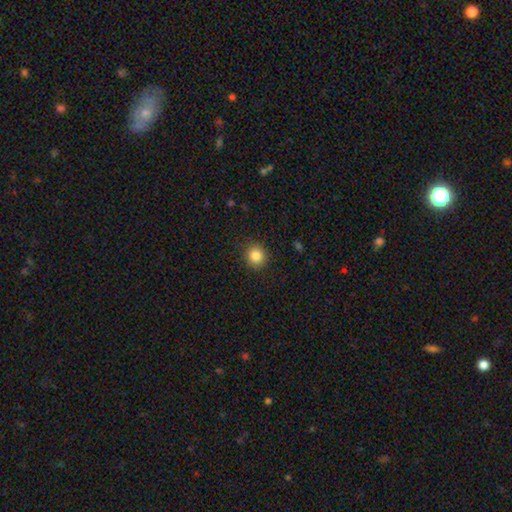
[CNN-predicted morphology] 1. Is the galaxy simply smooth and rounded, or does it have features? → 84% smooth, 11% star or artifact, 5% featured or disk.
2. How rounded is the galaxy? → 89% round, 10% in between, 1% cigar-shaped.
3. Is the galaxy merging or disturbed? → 90% none, 7% minor disturbance, 2% major disturbance, 1% merger.